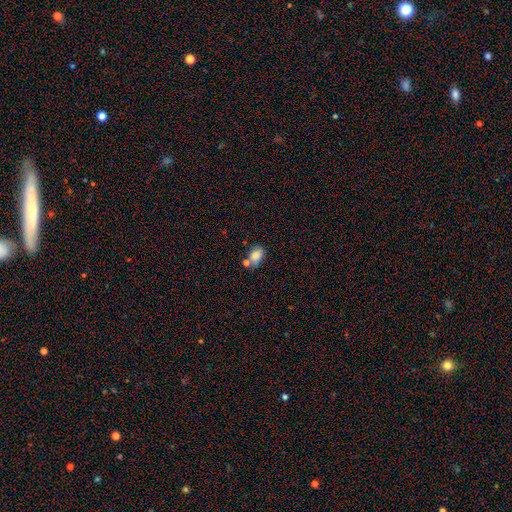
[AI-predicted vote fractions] A smooth galaxy with no disk features (78%) that is in between round and cigar-shaped (76%).

Vote fractions:
- Smooth or featured? smooth: 78% / featured or disk: 12% / star or artifact: 10%
- How rounded? in between: 76% / round: 22% / cigar-shaped: 2%
- Merging? none: 52% / merger: 22% / minor disturbance: 20% / major disturbance: 6%